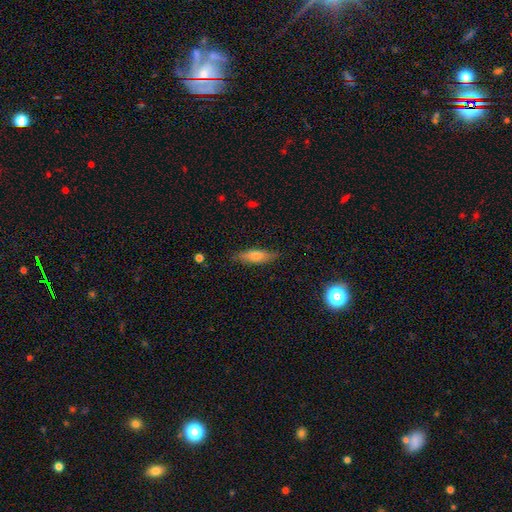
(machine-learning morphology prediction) The model was most divided on "how rounded": cigar-shaped: 59%, in between: 38%, round: 3%. More confident: merging — none (83%); smooth or featured — smooth (62%).